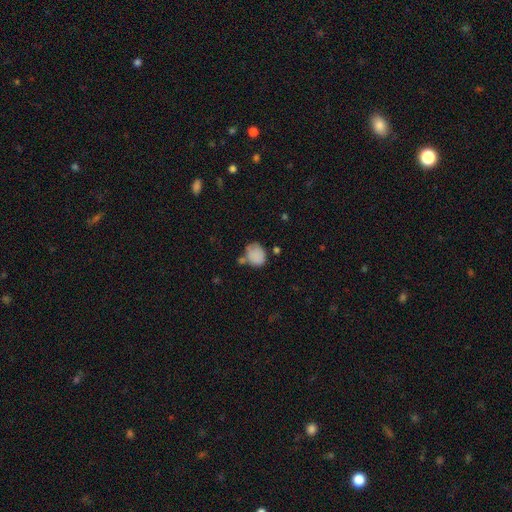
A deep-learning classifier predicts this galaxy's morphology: Q: Smooth or featured?
A: smooth (83%); runner-up: star or artifact (9%)
Q: How rounded?
A: round (60%); runner-up: in between (39%)
Q: Merging?
A: none (50%); runner-up: minor disturbance (25%)